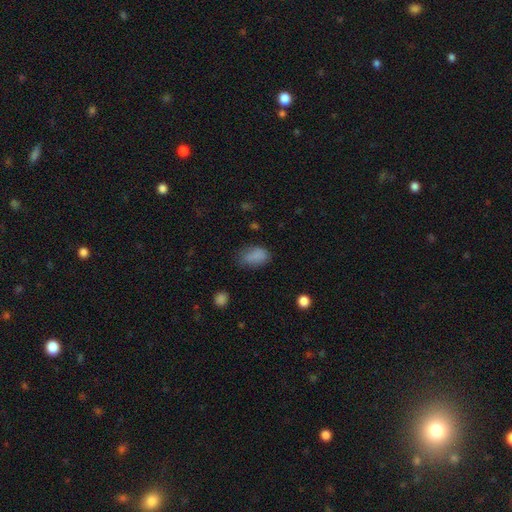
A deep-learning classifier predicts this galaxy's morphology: Smooth or featured? smooth (84%)
How rounded? in between (89%)
Merging? none (64%)